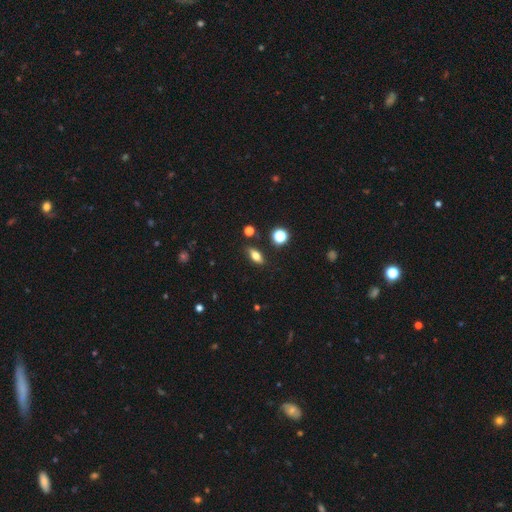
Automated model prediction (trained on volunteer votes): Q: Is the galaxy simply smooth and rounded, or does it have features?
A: smooth — 70%.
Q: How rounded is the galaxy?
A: in between — 75%.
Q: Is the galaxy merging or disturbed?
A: none — 82%.